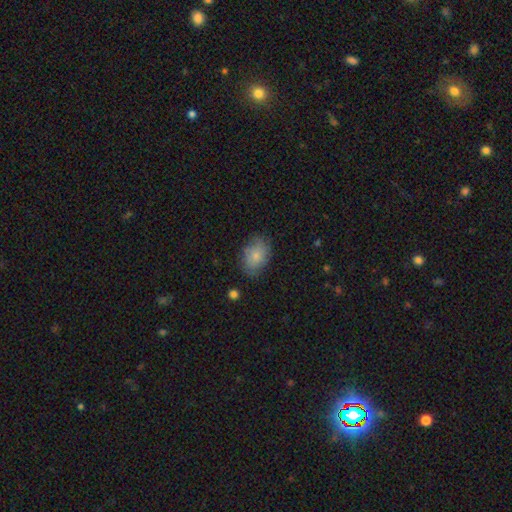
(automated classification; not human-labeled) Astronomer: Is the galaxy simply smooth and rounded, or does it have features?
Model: smooth — 76%.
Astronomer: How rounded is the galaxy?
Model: in between — 79%.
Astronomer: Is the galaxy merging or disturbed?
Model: none — 74%.